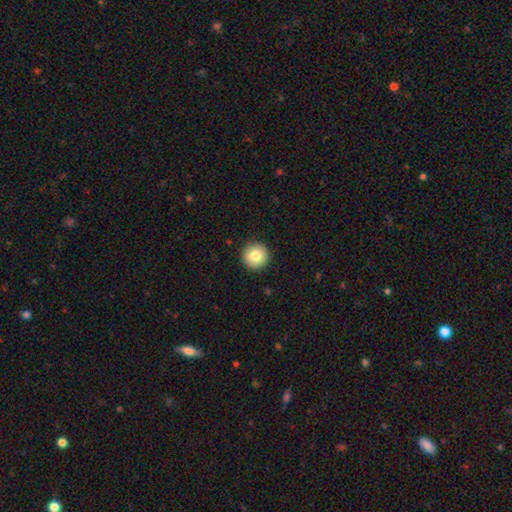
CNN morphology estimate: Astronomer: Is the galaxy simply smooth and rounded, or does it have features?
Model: smooth — 82%.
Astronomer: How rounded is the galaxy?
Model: round — 96%.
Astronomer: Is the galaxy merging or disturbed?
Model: none — 93%.